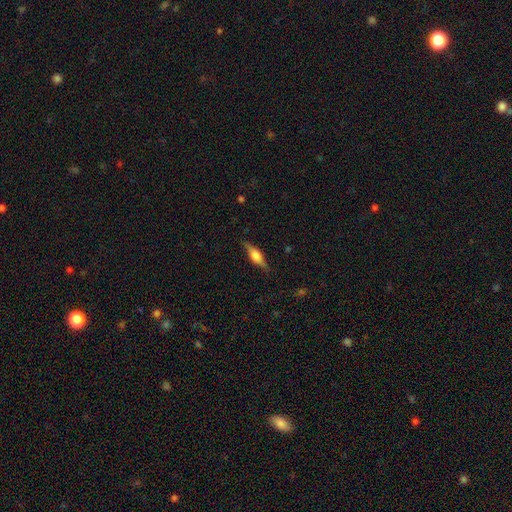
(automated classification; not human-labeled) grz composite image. It shows a featured or disk galaxy (55%) viewed edge-on (94%) with a rounded central bulge (87%). Merging: none (84%).